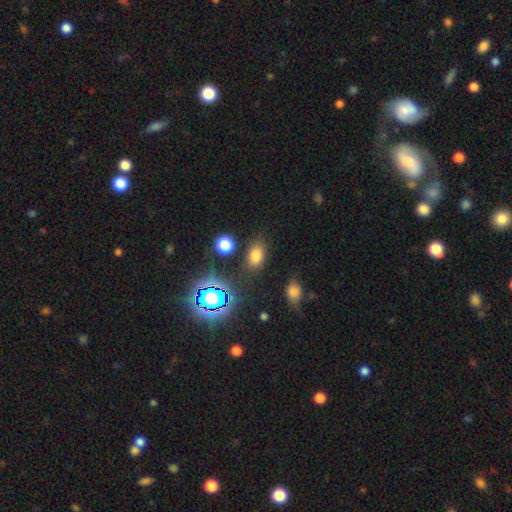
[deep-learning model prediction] smooth_or_featured: smooth (p=0.73) [alt: star or artifact p=0.18]
how_rounded: in between (p=0.82) [alt: round p=0.16]
merging: none (p=0.78) [alt: minor disturbance p=0.14]